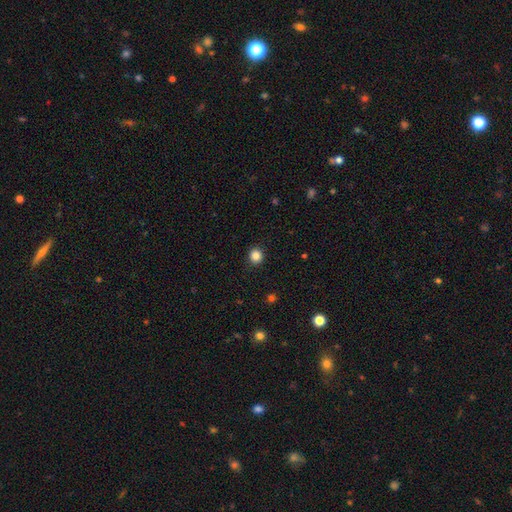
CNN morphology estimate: A smooth galaxy with no disk features (85%) that is round (89%). Merging: none (92%).